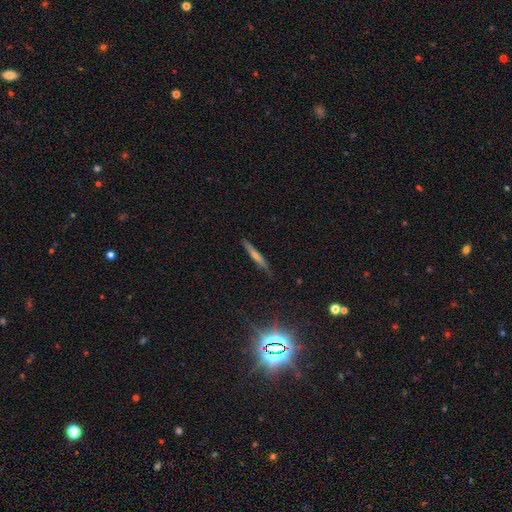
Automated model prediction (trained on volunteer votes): smooth-or-featured: featured or disk: 45% | smooth: 40% | star or artifact: 16%
  merging: none: 85% | minor disturbance: 11% | major disturbance: 2% | merger: 2%